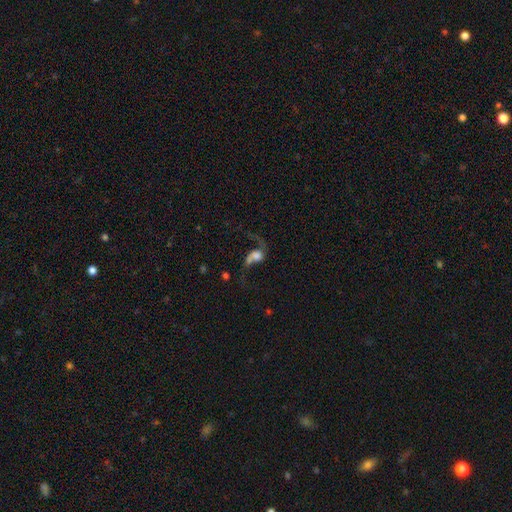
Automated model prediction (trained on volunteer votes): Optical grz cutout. It shows a featured or disk galaxy (53%) with no bar (74%), spiral arms (73%) and a large central bulge (31%). Merging: merger (39%).